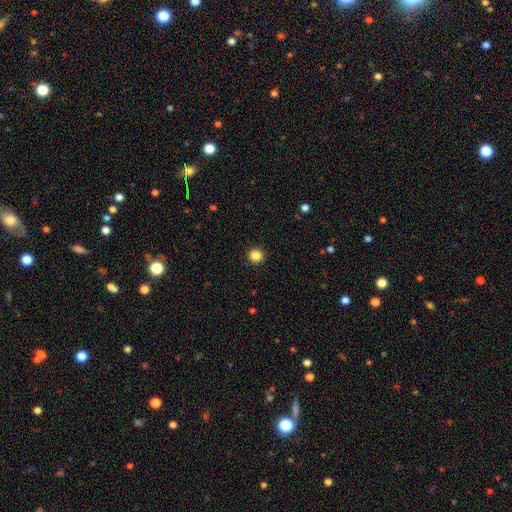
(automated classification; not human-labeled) Smooth or featured? smooth (85%)
How rounded? round (93%)
Merging? none (93%)